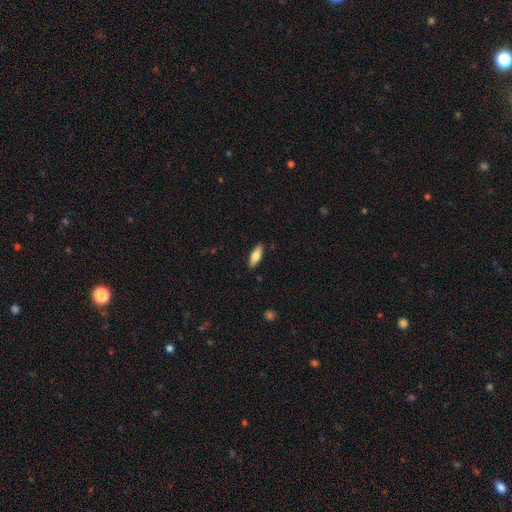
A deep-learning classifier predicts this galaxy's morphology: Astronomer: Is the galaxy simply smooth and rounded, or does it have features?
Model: smooth — 74%.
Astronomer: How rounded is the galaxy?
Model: in between — 64%.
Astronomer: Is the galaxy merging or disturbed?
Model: none — 89%.